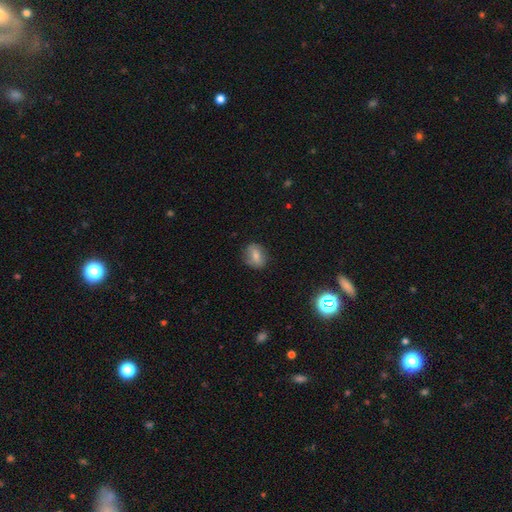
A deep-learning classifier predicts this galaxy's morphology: A smooth galaxy with no disk features (68%) that is in between round and cigar-shaped (58%).

Vote fractions:
- Smooth or featured? smooth: 68% / featured or disk: 22% / star or artifact: 10%
- How rounded? in between: 58% / round: 40% / cigar-shaped: 2%
- Merging? none: 77% / minor disturbance: 17% / major disturbance: 4% / merger: 1%